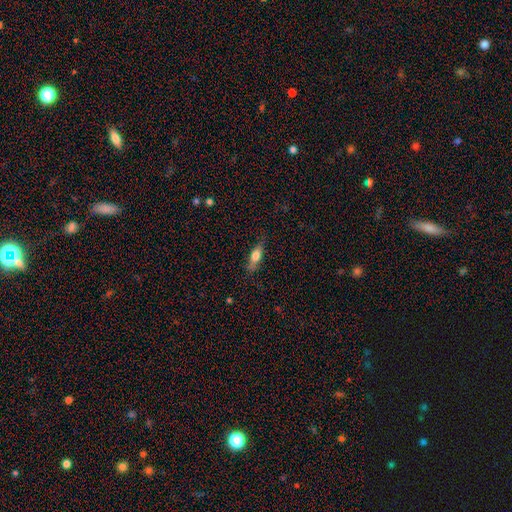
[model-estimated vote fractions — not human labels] smooth-or-featured: smooth: 66% | featured or disk: 27% | star or artifact: 7%
  how-rounded: in between: 53% | cigar-shaped: 44% | round: 3%
  merging: none: 76% | minor disturbance: 18% | major disturbance: 4% | merger: 2%